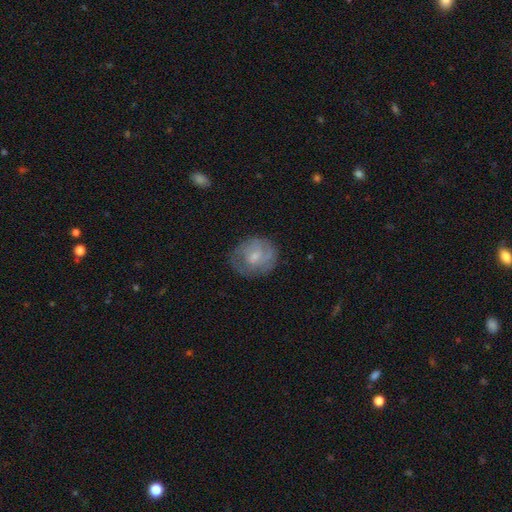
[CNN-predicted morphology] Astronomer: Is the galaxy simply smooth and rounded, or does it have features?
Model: featured or disk — 53% (runner-up: smooth, 39%).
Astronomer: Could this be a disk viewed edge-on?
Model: no — 97%.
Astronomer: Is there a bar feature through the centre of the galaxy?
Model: no — 62%.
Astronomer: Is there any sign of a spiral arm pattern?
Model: yes — 71%.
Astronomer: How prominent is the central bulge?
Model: small — 64%.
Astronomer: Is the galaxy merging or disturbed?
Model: none — 70%.